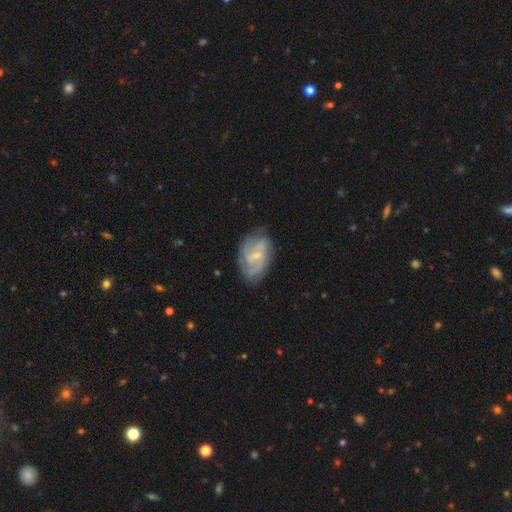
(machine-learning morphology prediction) smooth-or-featured: featured or disk: 76% | smooth: 18% | star or artifact: 6%
  disk-edge-on: no: 97% | yes: 3%
    bar: weak: 50% | no: 40% | strong: 11%
    has-spiral-arms: yes: 89% | no: 11%
      spiral-winding: medium: 44% | tight: 34% | loose: 21%
      spiral-arm-count: 2: 33% | can't tell: 29% | 3: 23% | 4: 8% | 1: 4% | more than 4: 4%
    bulge-size: small: 65% | moderate: 25% | none: 8% | large: 1% | dominant: 1%
  merging: none: 69% | minor disturbance: 21% | major disturbance: 8% | merger: 2%